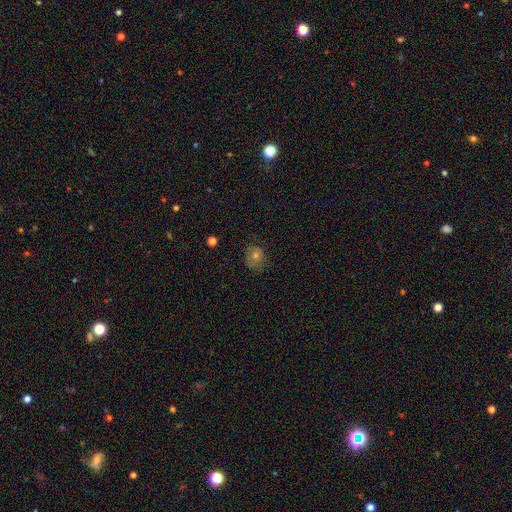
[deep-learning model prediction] This appears to be a smooth galaxy with no disk features (58%) that is round (64%). Merging: none (71%).